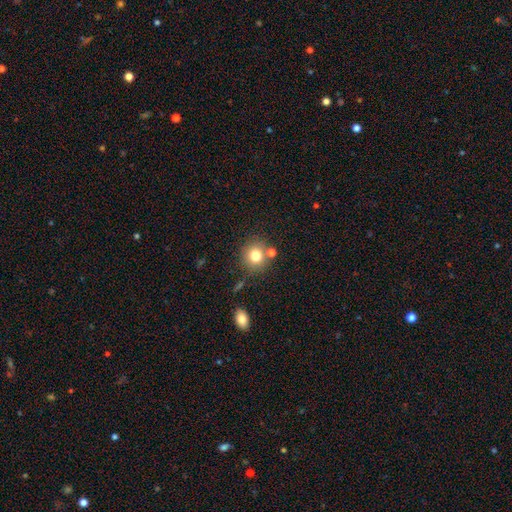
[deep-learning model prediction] smooth_or_featured: smooth (p=0.79) [alt: star or artifact p=0.11]
how_rounded: round (p=0.86) [alt: in between p=0.13]
merging: none (p=0.74) [alt: merger p=0.12]